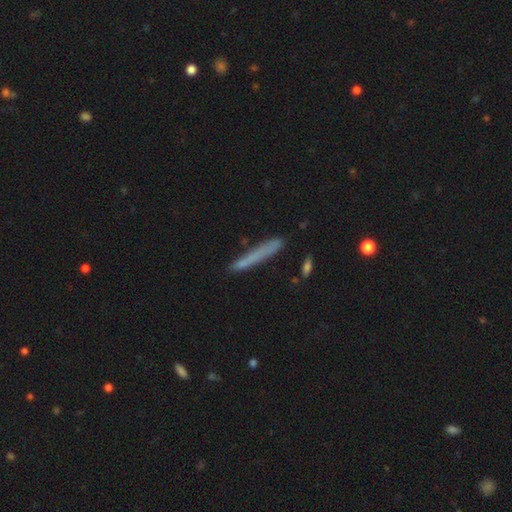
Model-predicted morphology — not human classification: This appears to be a smooth galaxy with no disk features (67%) that is cigar-shaped (96%). Merging: none (82%).